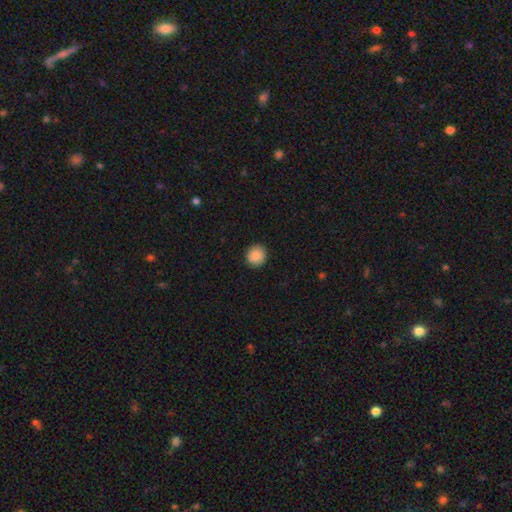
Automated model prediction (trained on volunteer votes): A smooth galaxy with no disk features (88%) that is round (87%). Merging: none (91%).